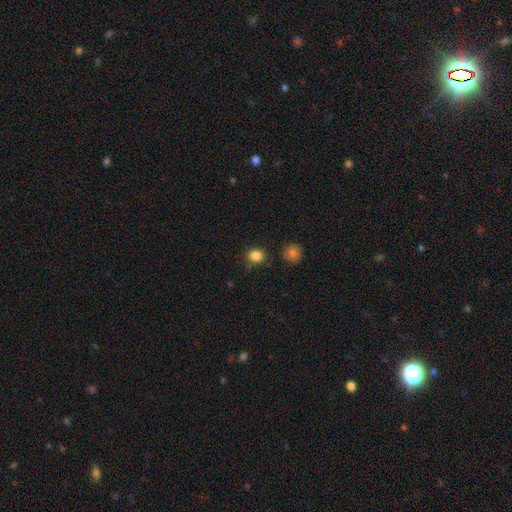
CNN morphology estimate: Smooth or featured: smooth — 84% (star or artifact — 12%)
How rounded: round — 80% (in between — 19%)
Merging: none — 81% (minor disturbance — 12%)